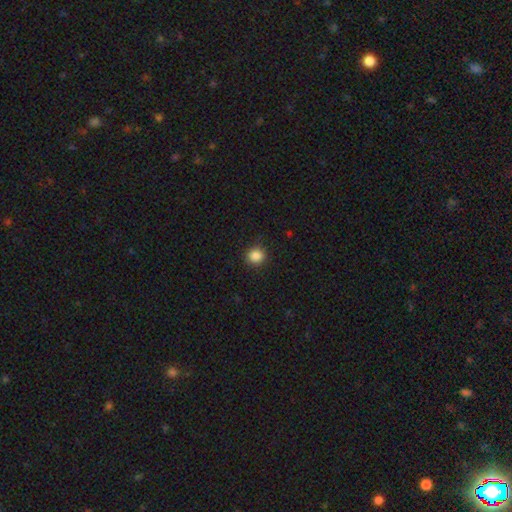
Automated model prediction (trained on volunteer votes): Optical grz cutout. It shows a smooth galaxy with no disk features (86%) that is round (91%). Merging: none (90%).